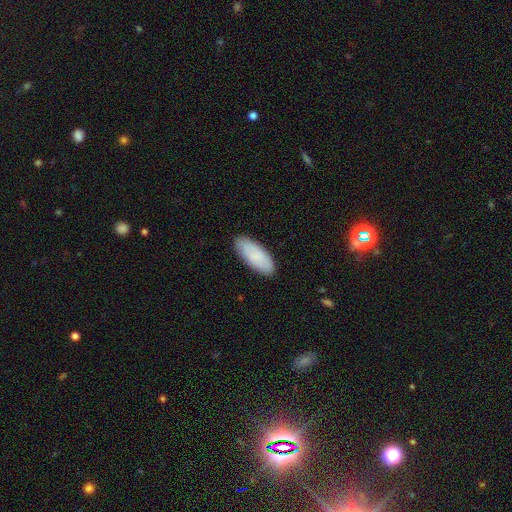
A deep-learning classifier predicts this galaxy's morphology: This appears to be a smooth galaxy with no disk features (83%) that is in between round and cigar-shaped (82%). Merging: none (87%).